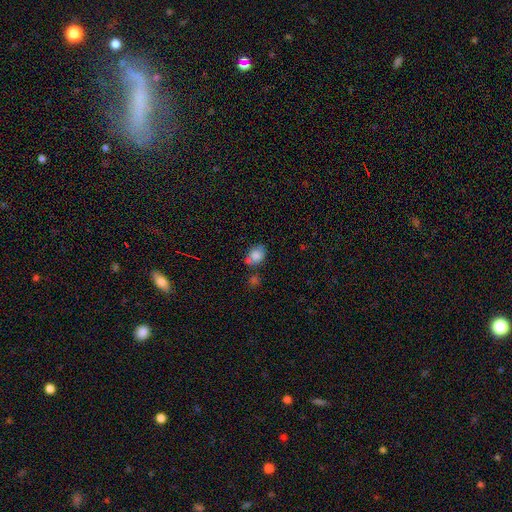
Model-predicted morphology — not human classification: A smooth galaxy with no disk features (80%) that is in between round and cigar-shaped (64%). Merging: none (59%).